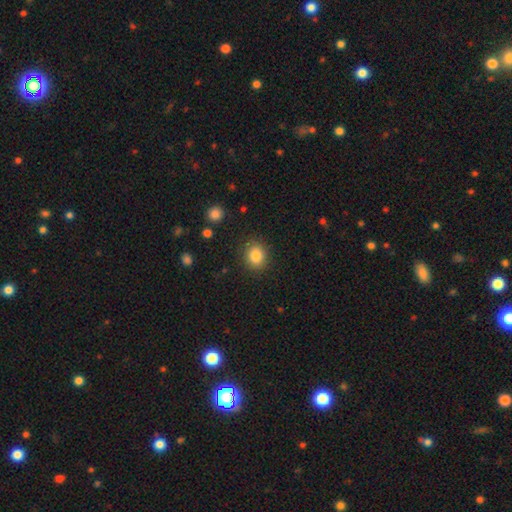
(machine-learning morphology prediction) Smooth or featured? Predicted: smooth (p=0.84). How rounded? Predicted: round (p=0.72). Merging? Predicted: none (p=0.88).